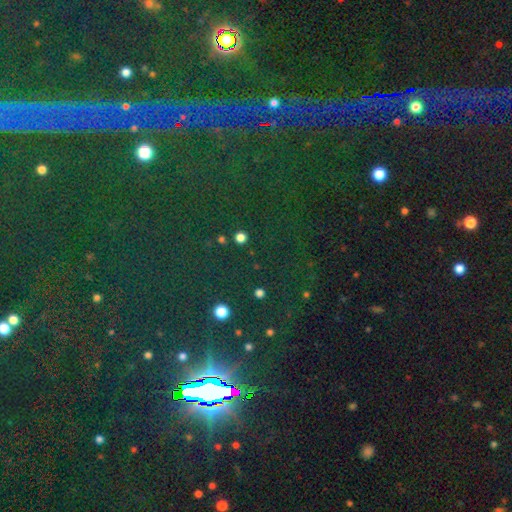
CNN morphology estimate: Smooth or featured?
  - star or artifact: 82% *
  - smooth: 10%
  - featured or disk: 8%